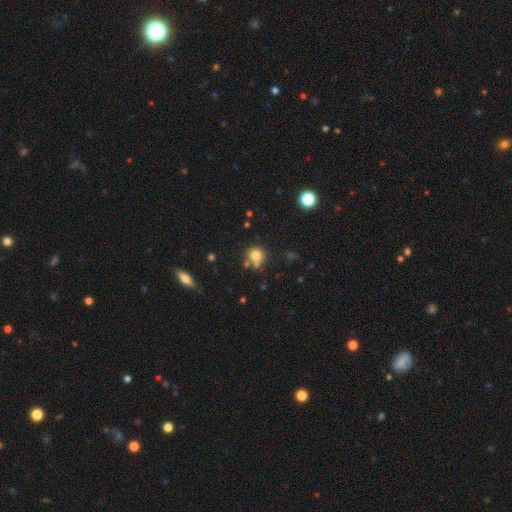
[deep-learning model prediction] A smooth galaxy with no disk features (77%) that is round (86%). Merging: none (60%).